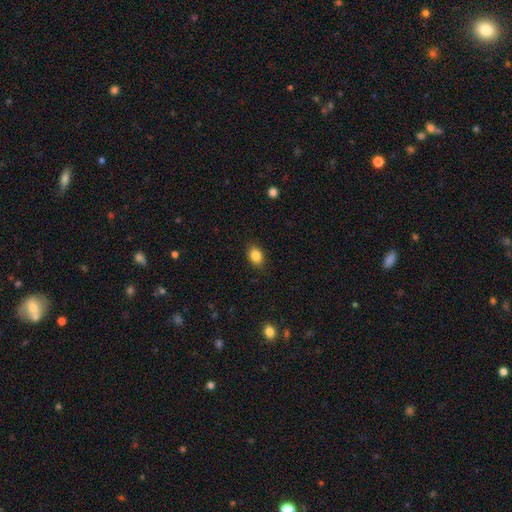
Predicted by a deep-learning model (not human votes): The model was most divided on "how rounded": in between: 67%, round: 32%, cigar-shaped: 1%. More confident: merging — none (87%); smooth or featured — smooth (85%).